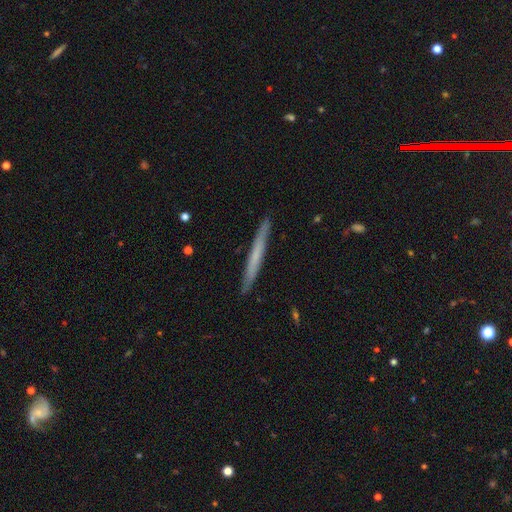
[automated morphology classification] type=smooth (53%); roundness=cigar-shaped (97%); merging=none (91%).